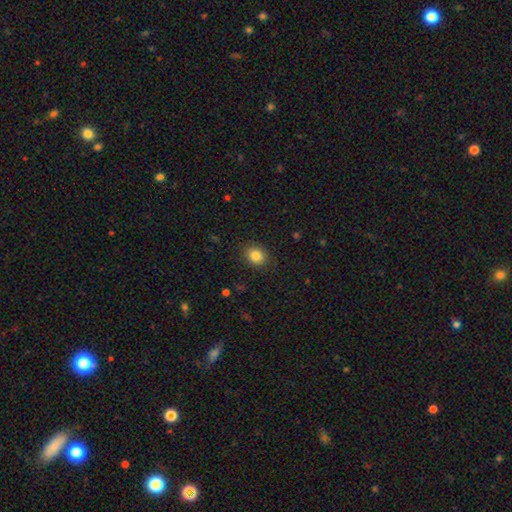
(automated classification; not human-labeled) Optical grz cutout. It shows a smooth galaxy with no disk features (84%) that is round (66%). Merging: none (88%).